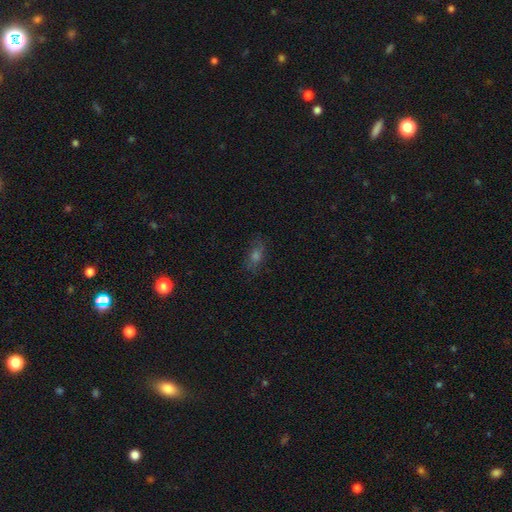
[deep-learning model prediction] The model was most divided on "smooth or featured": smooth: 48%, star or artifact: 27%, featured or disk: 25%. More confident: merging — none (79%).